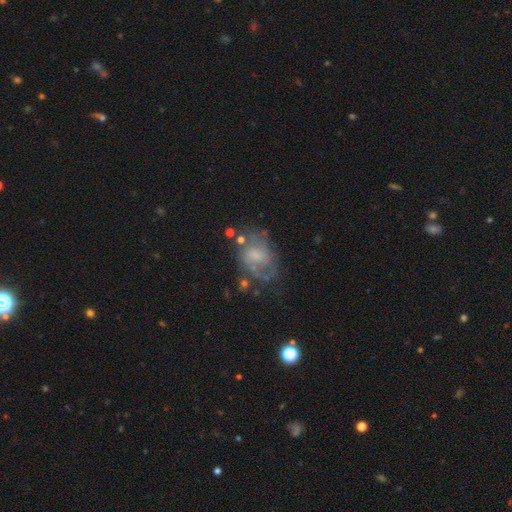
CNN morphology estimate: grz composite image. It shows a featured or disk galaxy (64%) with no bar (59%), spiral arms (74%) and a moderate central bulge (31%). Merging: none (51%).